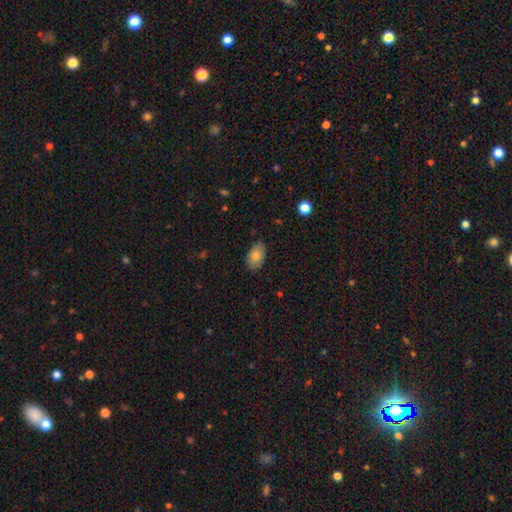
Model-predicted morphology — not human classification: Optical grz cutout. It shows a smooth galaxy with no disk features (79%) that is in between round and cigar-shaped (90%). Merging: none (83%).